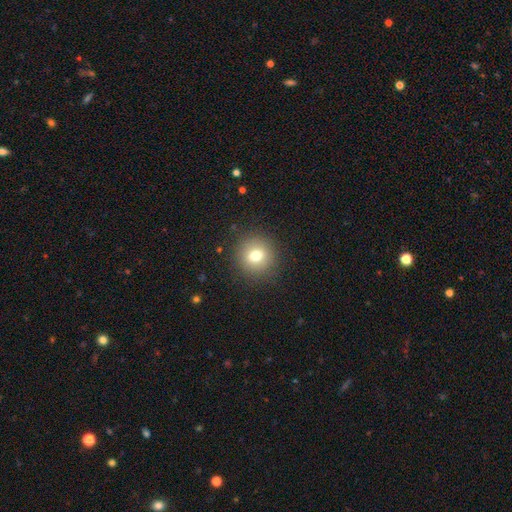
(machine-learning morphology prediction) Smooth or featured?
  - smooth: 75% *
  - star or artifact: 12%
  - featured or disk: 12%
How rounded?
  - round: 92% *
  - in between: 7%
  - cigar-shaped: 1%
Merging?
  - none: 89% *
  - minor disturbance: 7%
  - major disturbance: 3%
  - merger: 1%